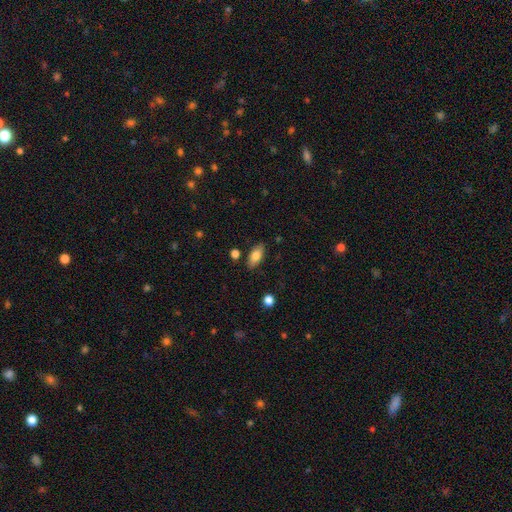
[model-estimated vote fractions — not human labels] Smooth or featured? Predicted: smooth (p=0.80). How rounded? Predicted: in between (p=0.87). Merging? Predicted: none (p=0.84).